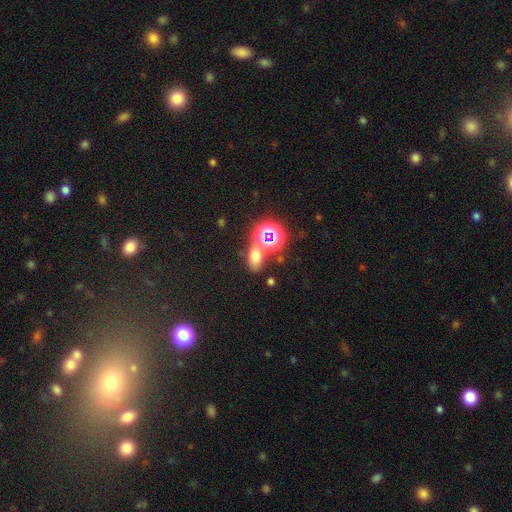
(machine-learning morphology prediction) Q: Smooth or featured?
A: smooth (58%); runner-up: star or artifact (32%)
Q: How rounded?
A: in between (71%); runner-up: round (26%)
Q: Merging?
A: none (60%); runner-up: merger (23%)